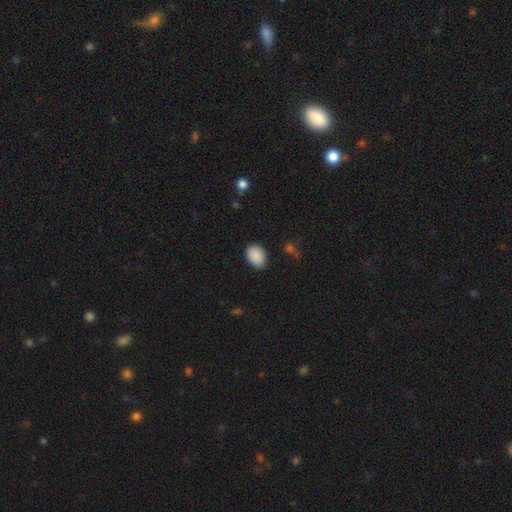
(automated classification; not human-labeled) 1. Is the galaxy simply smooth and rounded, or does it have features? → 90% smooth, 7% star or artifact, 3% featured or disk.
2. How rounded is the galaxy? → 79% in between, 20% round, 1% cigar-shaped.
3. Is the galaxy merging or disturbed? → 85% none, 11% minor disturbance, 2% major disturbance, 1% merger.